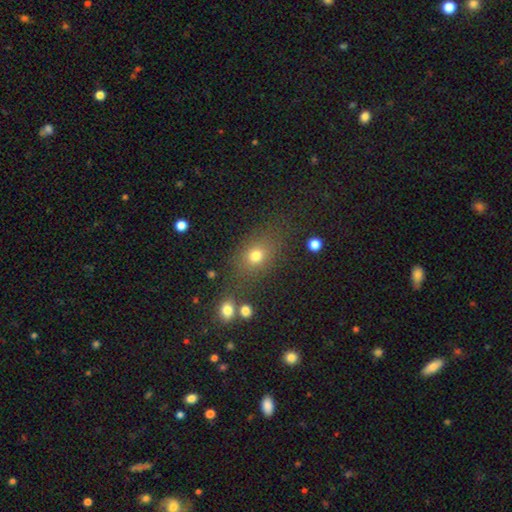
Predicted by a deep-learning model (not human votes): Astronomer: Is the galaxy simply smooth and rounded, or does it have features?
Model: smooth — 73%.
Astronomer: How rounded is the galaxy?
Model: in between — 56% (runner-up: round, 41%).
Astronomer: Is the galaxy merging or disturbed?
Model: none — 73%.